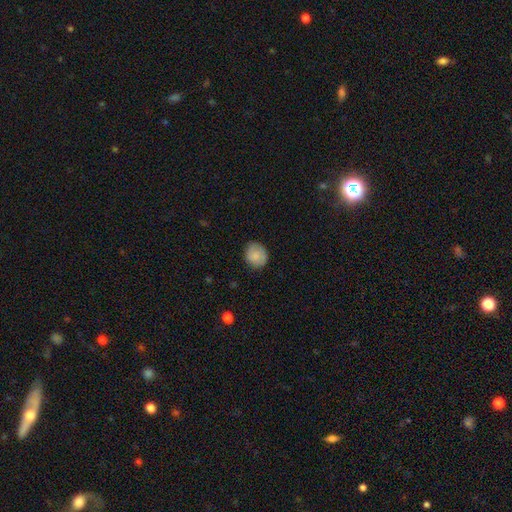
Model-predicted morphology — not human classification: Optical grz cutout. It shows a smooth galaxy with no disk features (85%) that is round (72%). Merging: none (81%).